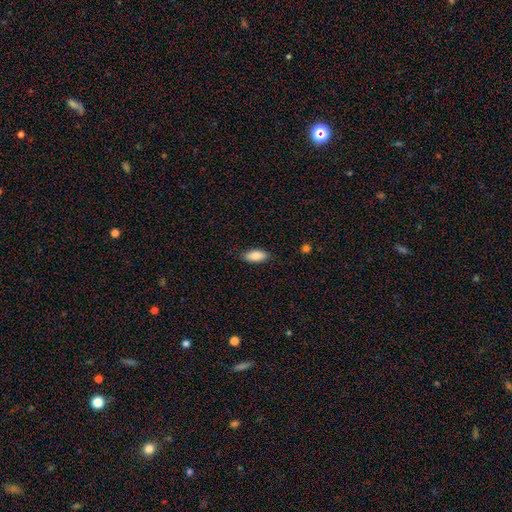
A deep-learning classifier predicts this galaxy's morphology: Smooth or featured? smooth (85%)
How rounded? in between (89%)
Merging? none (84%)